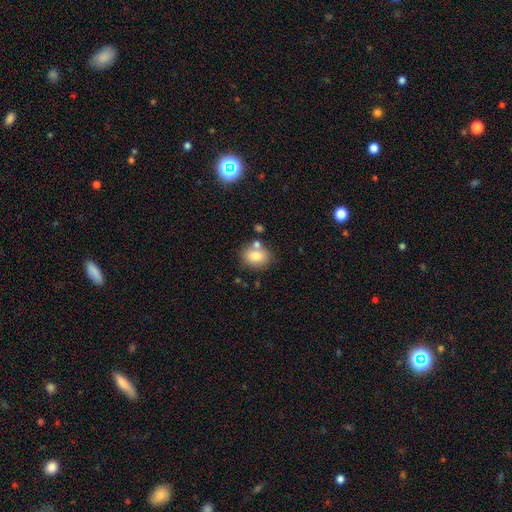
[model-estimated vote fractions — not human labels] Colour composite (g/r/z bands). It shows a smooth galaxy with no disk features (79%) that is in between round and cigar-shaped (53%). Merging: none (68%).